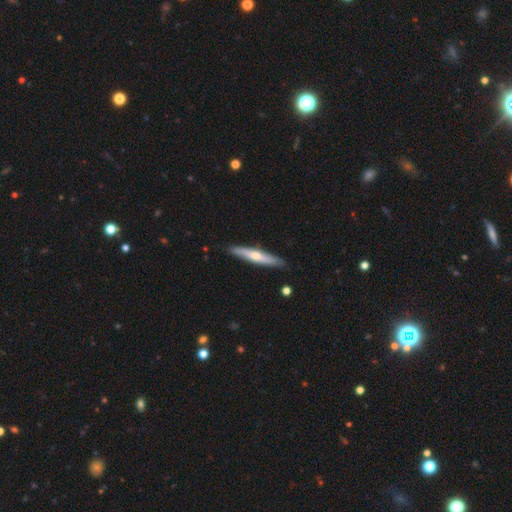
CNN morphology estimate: Smooth or featured?
  - featured or disk: 50% *
  - smooth: 45%
  - star or artifact: 5%
Merging?
  - none: 87% *
  - minor disturbance: 10%
  - major disturbance: 2%
  - merger: 1%